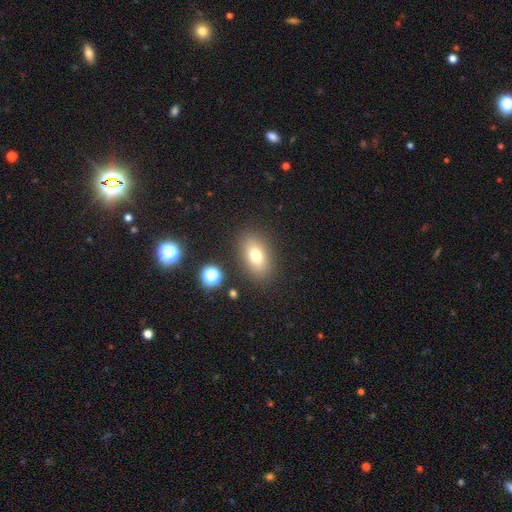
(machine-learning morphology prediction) This appears to be a smooth galaxy with no disk features (74%) that is in between round and cigar-shaped (84%). Merging: none (85%).